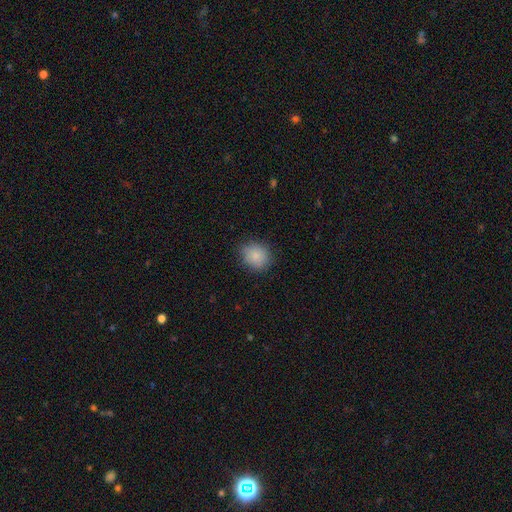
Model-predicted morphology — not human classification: Overall: smooth (85%). How rounded: round (78%). Merging: none (84%).